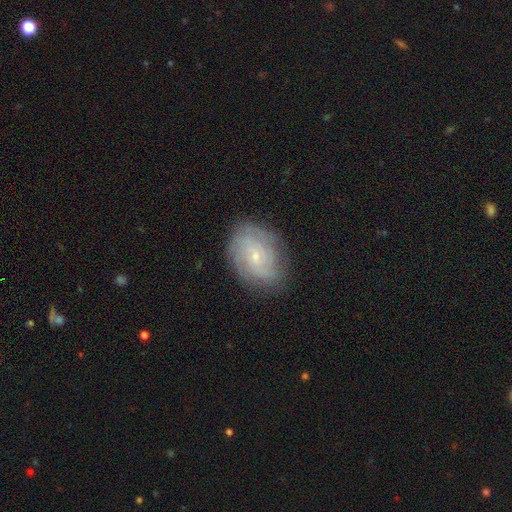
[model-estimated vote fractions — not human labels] This is likely a featured or disk galaxy (67%). It is clearly not viewed edge-on (97%). Bar: likely no (77%). Spiral arm pattern: clearly yes (87%). Spiral arm count: possibly can't tell (48%). Spiral winding: likely tight (63%). Central bulge: clearly small (81%). Merging: likely none (78%).